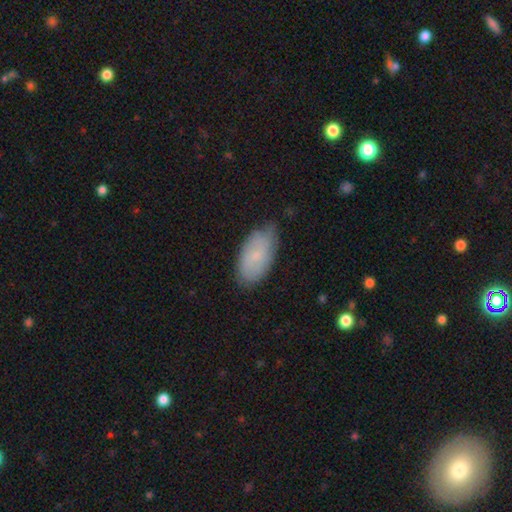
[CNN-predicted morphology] This appears to be a smooth galaxy with no disk features (70%) that is in between round and cigar-shaped (94%). Merging: none (69%).